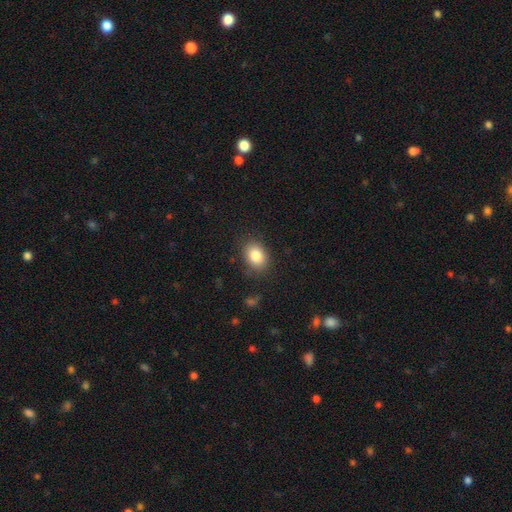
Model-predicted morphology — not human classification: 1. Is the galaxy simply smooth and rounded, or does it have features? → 84% smooth, 9% star or artifact, 7% featured or disk.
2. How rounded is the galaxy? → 72% in between, 27% round, 1% cigar-shaped.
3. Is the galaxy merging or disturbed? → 84% none, 12% minor disturbance, 3% major disturbance, 1% merger.